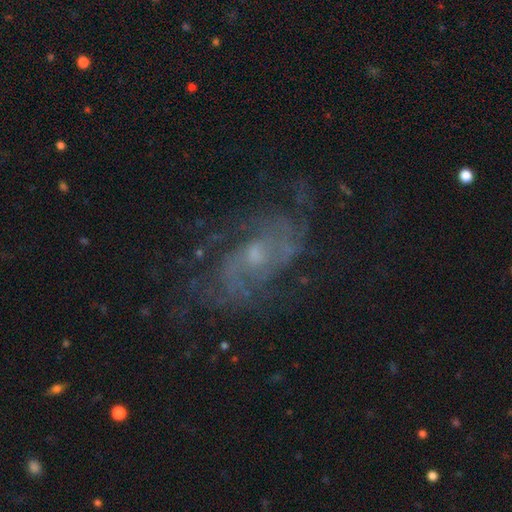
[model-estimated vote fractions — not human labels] A featured or disk galaxy (80%) with no bar (63%), 2 (48%) medium (47%) spiral arms (88%) and a small central bulge (53%).

Vote fractions:
- Smooth or featured? featured or disk: 80% / smooth: 10% / star or artifact: 10%
- Edge-on disk? no: 96% / yes: 4%
- Bar? no: 63% / weak: 32% / strong: 5%
- Spiral arms? yes: 88% / no: 12%
- Spiral winding? medium: 47% / tight: 28% / loose: 24%
- Spiral arm count? 2: 48% / can't tell: 28% / 3: 11% / 4: 5% / 1: 4% / more than 4: 4%
- Bulge size? small: 53% / moderate: 39% / none: 5% / large: 2% / dominant: 1%
- Merging? none: 65% / minor disturbance: 18% / major disturbance: 14% / merger: 2%